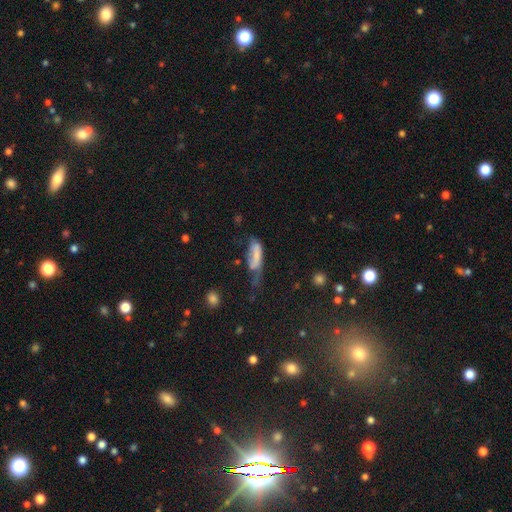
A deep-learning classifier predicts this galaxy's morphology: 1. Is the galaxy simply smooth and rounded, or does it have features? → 64% smooth, 27% featured or disk, 10% star or artifact.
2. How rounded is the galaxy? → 63% in between, 34% cigar-shaped, 3% round.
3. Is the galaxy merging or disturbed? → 42% major disturbance, 29% minor disturbance, 21% none, 9% merger.